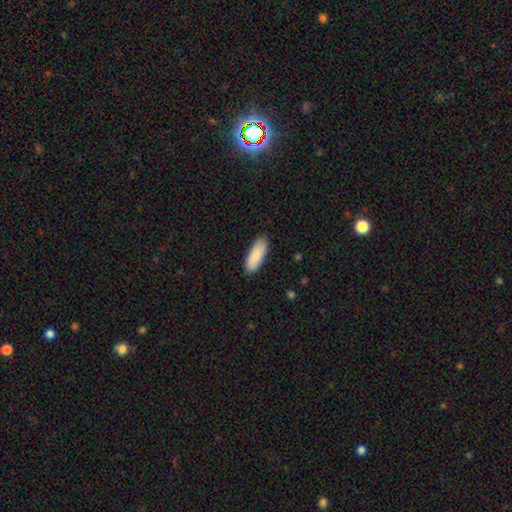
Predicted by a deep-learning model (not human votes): smooth-or-featured: smooth: 88% | featured or disk: 6% | star or artifact: 5%
  how-rounded: in between: 74% | cigar-shaped: 25% | round: 2%
  merging: none: 86% | minor disturbance: 11% | major disturbance: 2% | merger: 1%